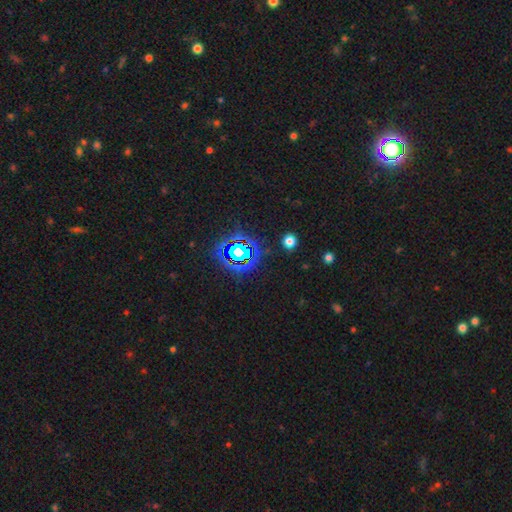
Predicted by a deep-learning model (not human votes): star or artifact 76%, smooth 16%, featured or disk 8%.